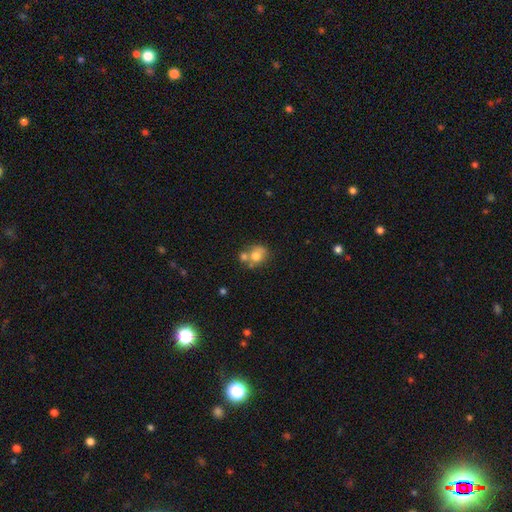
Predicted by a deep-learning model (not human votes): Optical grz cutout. It shows a smooth galaxy with no disk features (67%) that is round (65%). Merging: none (40%).